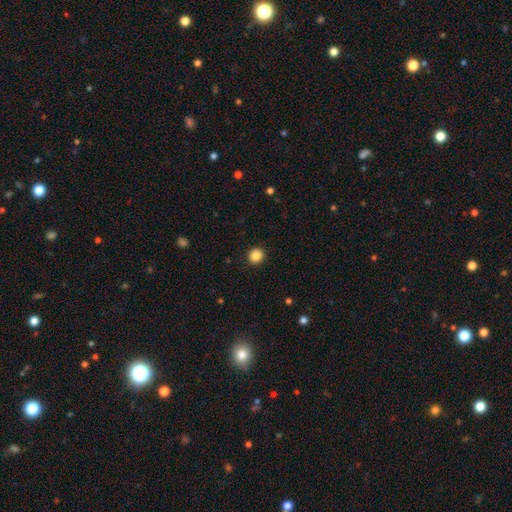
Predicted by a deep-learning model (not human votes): The model was most divided on "how rounded": round: 83%, in between: 16%, cigar-shaped: 1%. More confident: merging — none (92%); smooth or featured — smooth (87%).